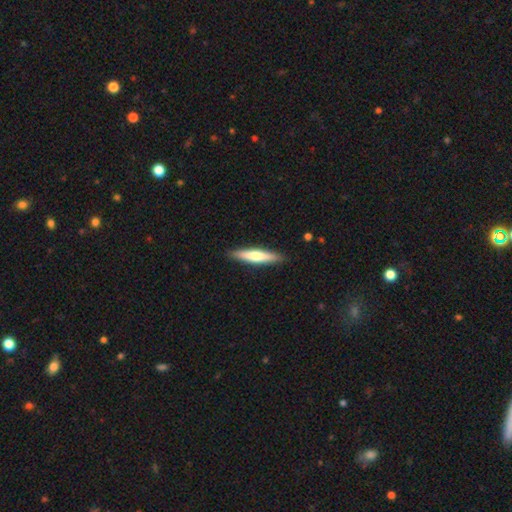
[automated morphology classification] smooth 59%, featured or disk 36%, star or artifact 5%. Down the decision tree: how rounded — cigar-shaped (86%); merging — none (90%).